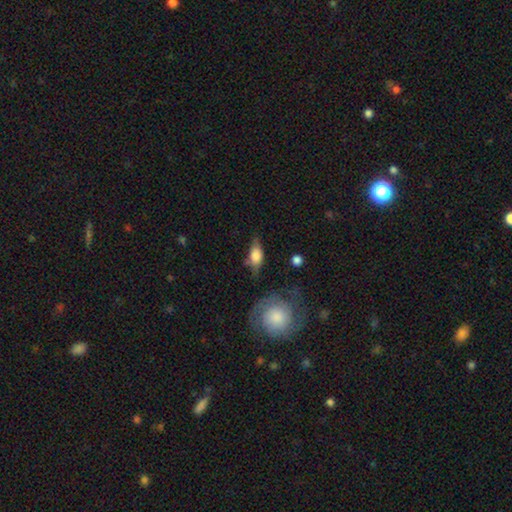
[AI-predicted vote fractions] Smooth or featured? smooth (68%)
How rounded? in between (78%)
Merging? none (55%)